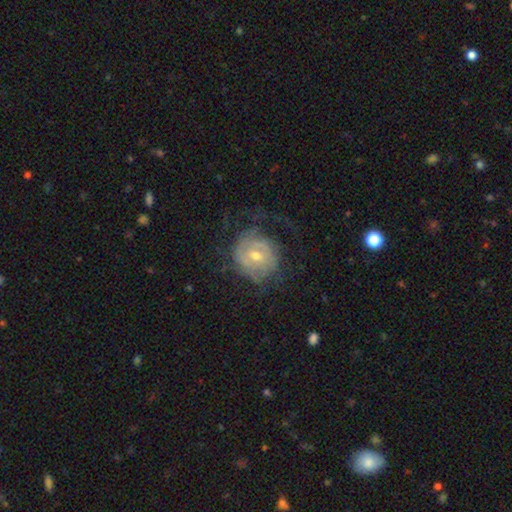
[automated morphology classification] Q: Smooth or featured?
A: featured or disk (71%); runner-up: smooth (22%)
Q: Edge-on disk?
A: no (97%); runner-up: yes (3%)
Q: Bar?
A: no (51%); runner-up: weak (39%)
Q: Spiral arms?
A: yes (75%); runner-up: no (25%)
Q: Spiral winding?
A: tight (54%); runner-up: medium (28%)
Q: Spiral arm count?
A: can't tell (42%); runner-up: 2 (33%)
Q: Bulge size?
A: moderate (59%); runner-up: small (36%)
Q: Merging?
A: none (58%); runner-up: major disturbance (22%)